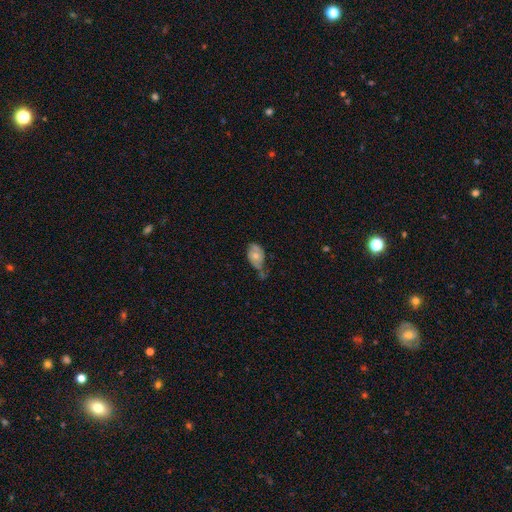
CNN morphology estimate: smooth 48%, featured or disk 44%, star or artifact 7%. Down the decision tree: merging — minor disturbance (36%).